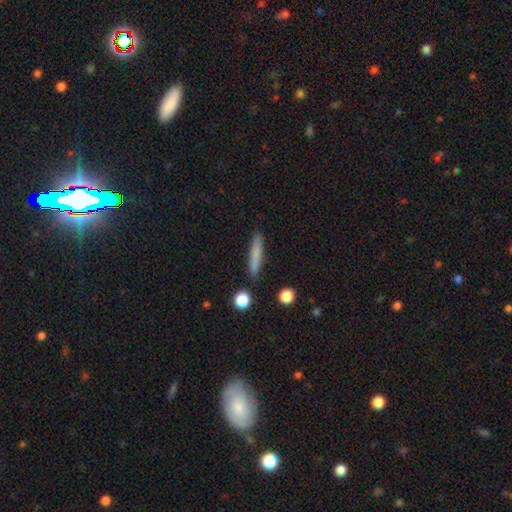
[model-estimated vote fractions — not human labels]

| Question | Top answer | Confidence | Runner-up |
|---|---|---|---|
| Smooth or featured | smooth | 78% | featured or disk (15%) |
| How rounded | cigar-shaped | 91% | in between (7%) |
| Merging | none | 88% | minor disturbance (8%) |